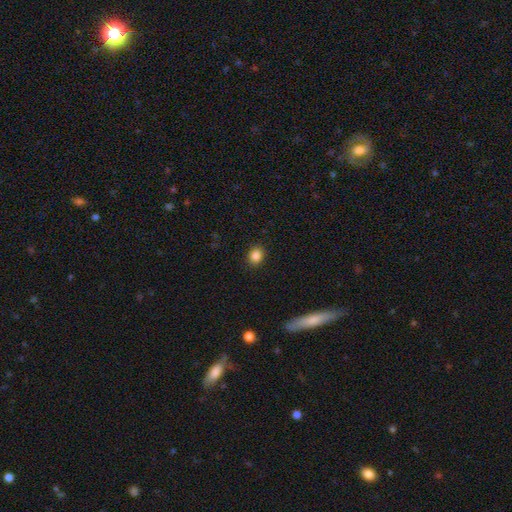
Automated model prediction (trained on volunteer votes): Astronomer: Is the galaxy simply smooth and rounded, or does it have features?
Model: smooth — 86%.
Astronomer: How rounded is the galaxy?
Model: round — 67%.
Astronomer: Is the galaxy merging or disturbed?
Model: none — 91%.